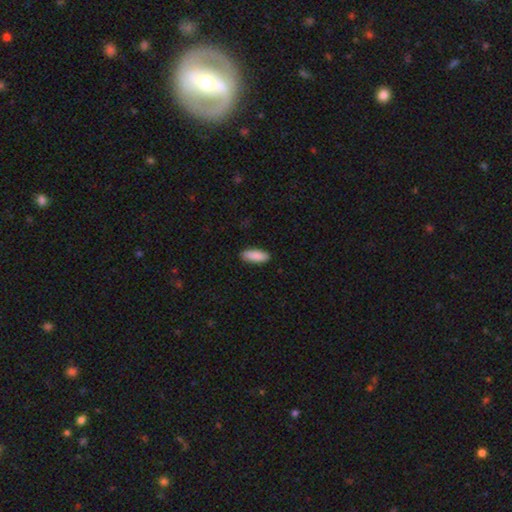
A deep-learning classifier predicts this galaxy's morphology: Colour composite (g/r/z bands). It shows a smooth galaxy with no disk features (90%) that is in between round and cigar-shaped (71%). Merging: none (89%).